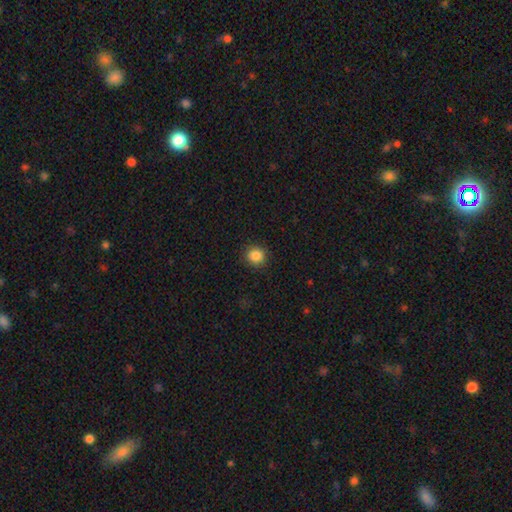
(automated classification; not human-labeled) The model was most divided on "smooth or featured": smooth: 86%, star or artifact: 10%, featured or disk: 4%. More confident: how rounded — round (92%); merging — none (91%).